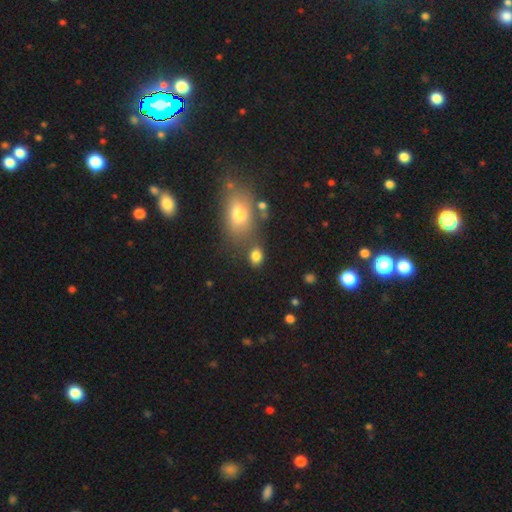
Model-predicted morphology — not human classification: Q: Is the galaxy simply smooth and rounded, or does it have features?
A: smooth — 81%.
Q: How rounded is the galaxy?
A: in between — 66%.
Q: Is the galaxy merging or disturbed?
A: none — 64%.